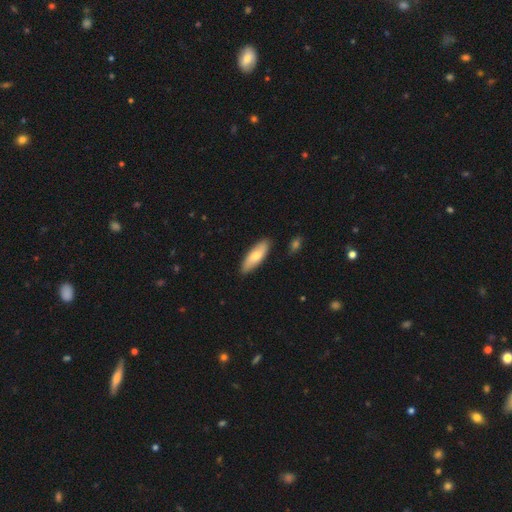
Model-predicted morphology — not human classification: Smooth or featured?
  - smooth: 71% *
  - featured or disk: 23%
  - star or artifact: 5%
How rounded?
  - in between: 61% *
  - cigar-shaped: 37%
  - round: 2%
Merging?
  - none: 88% *
  - minor disturbance: 9%
  - major disturbance: 2%
  - merger: 1%